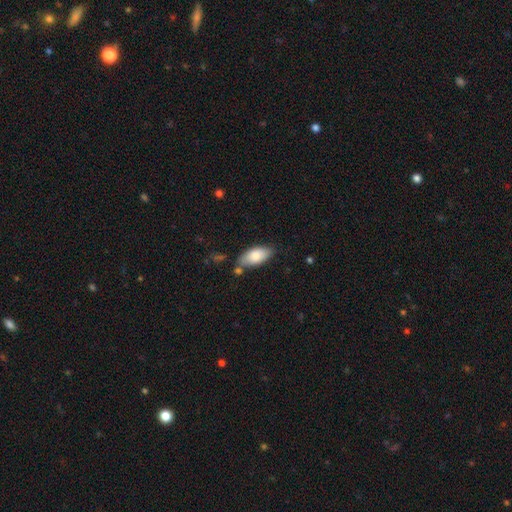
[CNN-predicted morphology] smooth_or_featured: smooth (p=0.81) [alt: featured or disk p=0.13]
how_rounded: in between (p=0.90) [alt: cigar-shaped p=0.08]
merging: none (p=0.67) [alt: minor disturbance p=0.19]